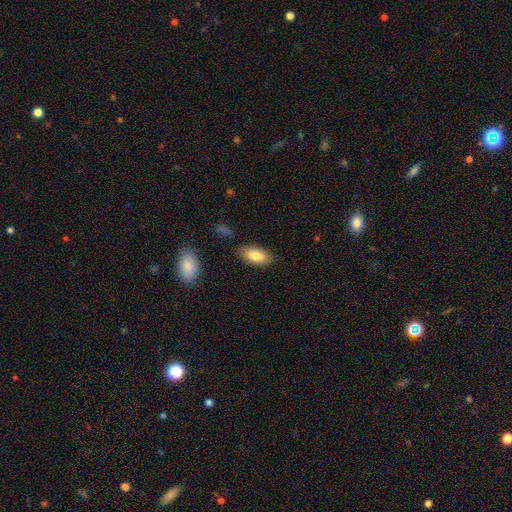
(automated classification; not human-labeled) Smooth or featured? Predicted: smooth (p=0.81). How rounded? Predicted: in between (p=0.92). Merging? Predicted: none (p=0.83).